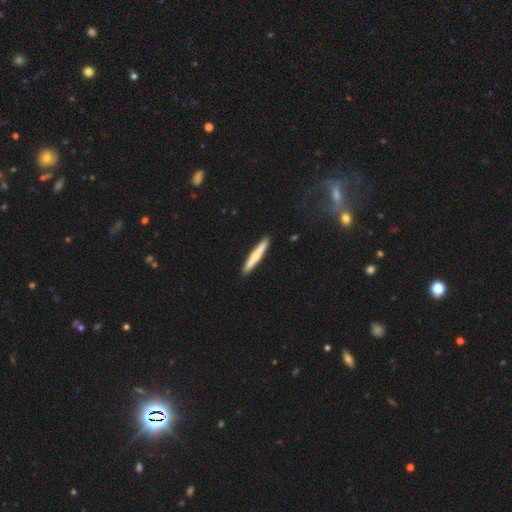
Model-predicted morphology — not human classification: Smooth or featured?
  - smooth: 54% *
  - featured or disk: 41%
  - star or artifact: 5%
How rounded?
  - cigar-shaped: 95% *
  - in between: 4%
  - round: 1%
Merging?
  - none: 91% *
  - minor disturbance: 6%
  - major disturbance: 1%
  - merger: 1%